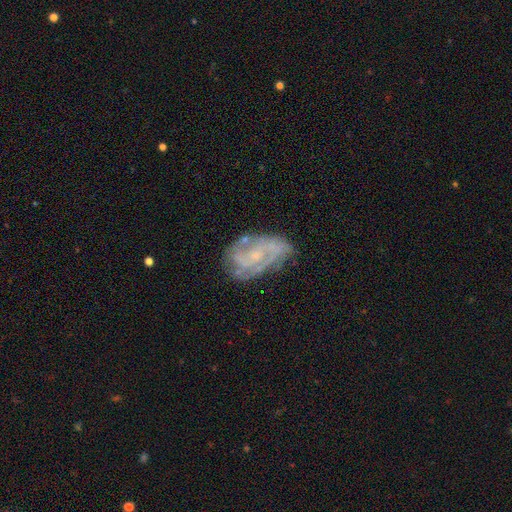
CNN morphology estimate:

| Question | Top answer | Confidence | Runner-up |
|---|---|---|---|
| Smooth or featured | featured or disk | 78% | smooth (14%) |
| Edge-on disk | no | 97% | yes (3%) |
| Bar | no | 62% | weak (31%) |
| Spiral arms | yes | 88% | no (12%) |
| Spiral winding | tight | 46% | medium (40%) |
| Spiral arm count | can't tell | 32% | 2 (28%) |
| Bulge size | small | 68% | moderate (19%) |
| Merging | none | 62% | minor disturbance (23%) |